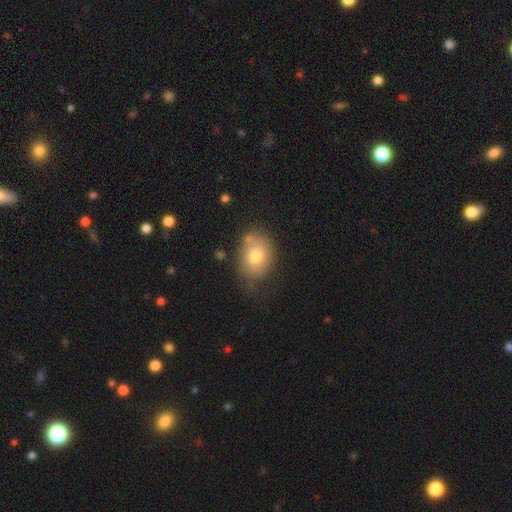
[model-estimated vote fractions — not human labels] Morphology: type=smooth (75%); roundness=in between (68%); merging=none (65%).